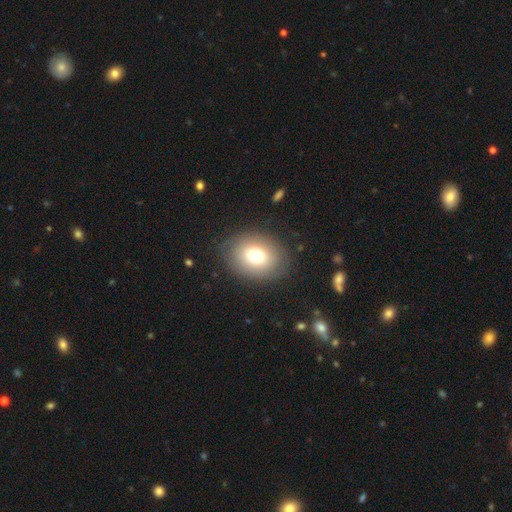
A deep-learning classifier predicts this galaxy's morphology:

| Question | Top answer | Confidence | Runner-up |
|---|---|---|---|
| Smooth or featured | smooth | 76% | featured or disk (15%) |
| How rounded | in between | 60% | round (39%) |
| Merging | none | 84% | minor disturbance (11%) |